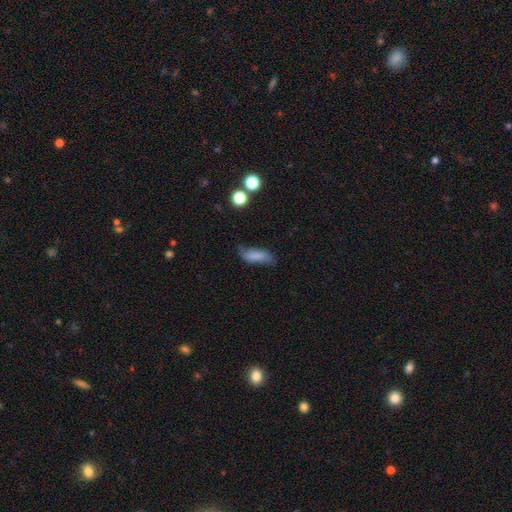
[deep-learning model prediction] Q: Smooth or featured?
A: smooth (70%); runner-up: featured or disk (20%)
Q: How rounded?
A: in between (63%); runner-up: cigar-shaped (34%)
Q: Merging?
A: none (57%); runner-up: minor disturbance (30%)